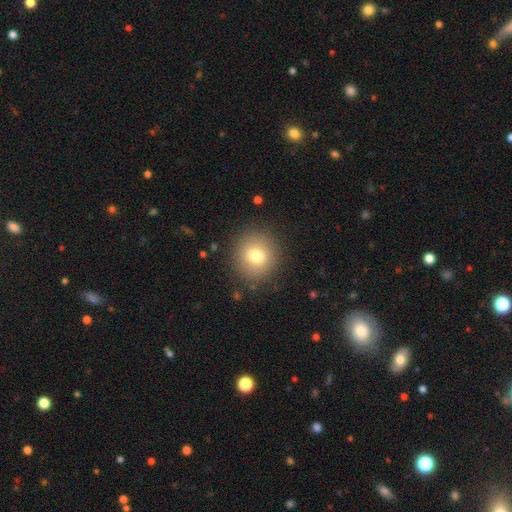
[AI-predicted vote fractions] The model was most divided on "smooth or featured": smooth: 76%, featured or disk: 12%, star or artifact: 11%. More confident: how rounded — round (91%); merging — none (88%).